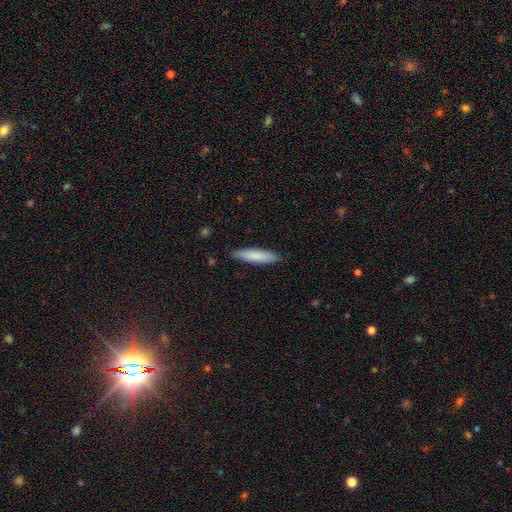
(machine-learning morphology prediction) A smooth galaxy with no disk features (80%) that is cigar-shaped (80%). Merging: none (87%).